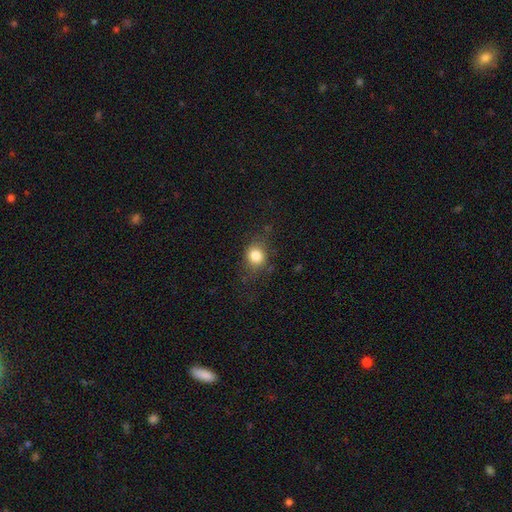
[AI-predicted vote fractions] Morphology: type=smooth (82%); roundness=round (67%); merging=none (67%).